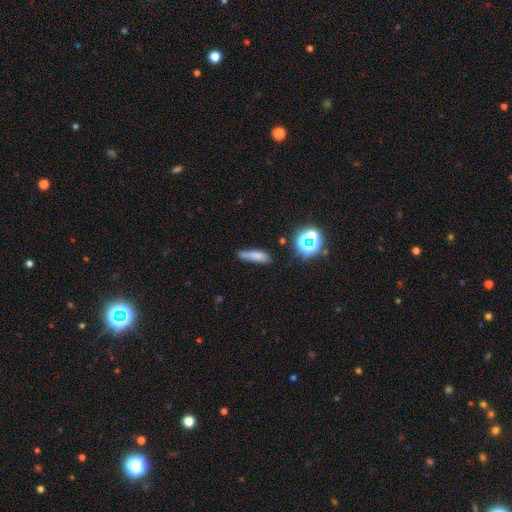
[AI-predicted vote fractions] Q: Smooth or featured?
A: smooth (71%); runner-up: star or artifact (15%)
Q: How rounded?
A: cigar-shaped (71%); runner-up: in between (24%)
Q: Merging?
A: none (60%); runner-up: minor disturbance (26%)